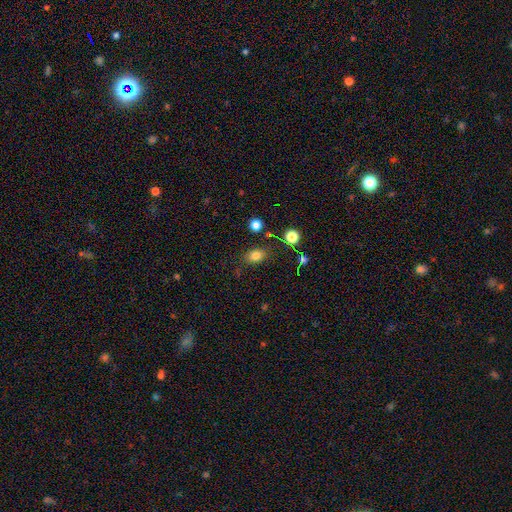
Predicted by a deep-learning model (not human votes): This is likely a smooth galaxy (78%). How rounded: likely in between (69%). Merging: likely none (75%).